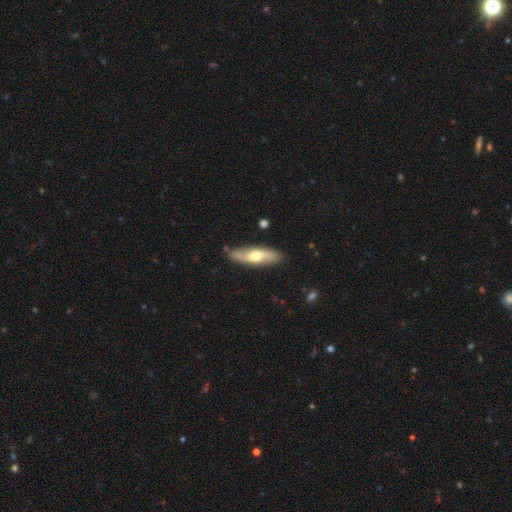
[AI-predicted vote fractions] The model was most divided on "smooth or featured": smooth: 49%, featured or disk: 46%, star or artifact: 5%. More confident: merging — none (82%).